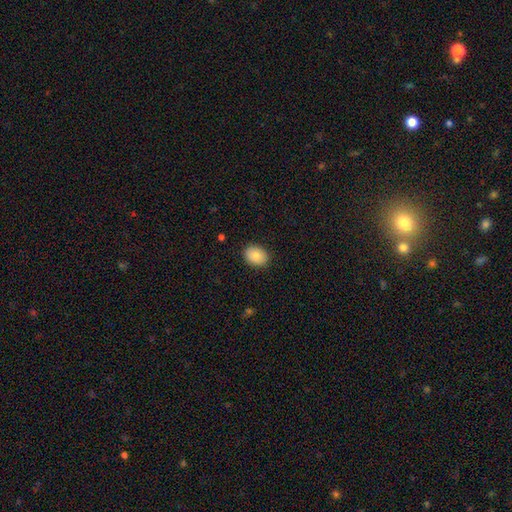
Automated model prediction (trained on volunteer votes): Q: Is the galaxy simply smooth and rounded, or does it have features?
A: smooth — 85%.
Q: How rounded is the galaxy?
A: in between — 65%.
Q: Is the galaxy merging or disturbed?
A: none — 89%.